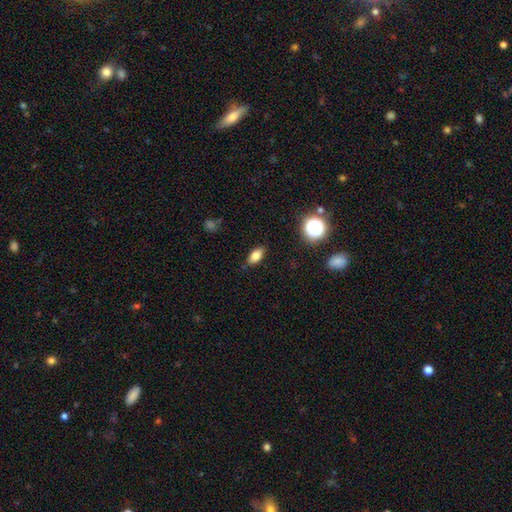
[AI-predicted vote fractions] smooth 78%, star or artifact 11%, featured or disk 11%. Down the decision tree: how rounded — in between (83%); merging — none (84%).